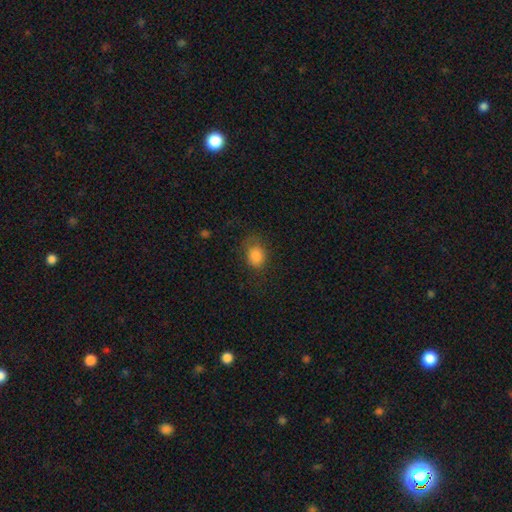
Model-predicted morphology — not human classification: type=smooth (84%); roundness=in between (55%); merging=none (65%).